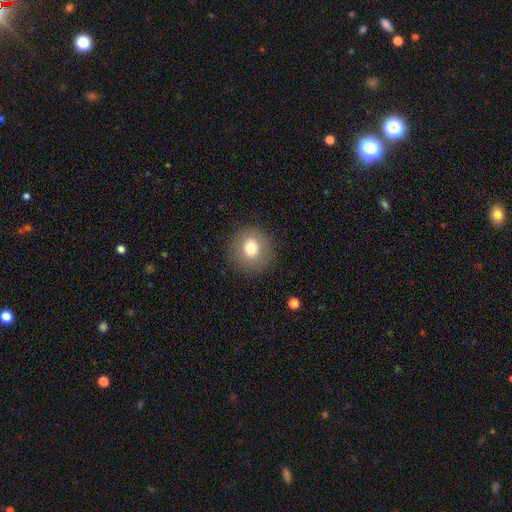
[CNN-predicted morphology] smooth_or_featured: smooth (p=0.61) [alt: star or artifact p=0.24]
how_rounded: round (p=0.92) [alt: in between p=0.07]
merging: none (p=0.90) [alt: minor disturbance p=0.06]